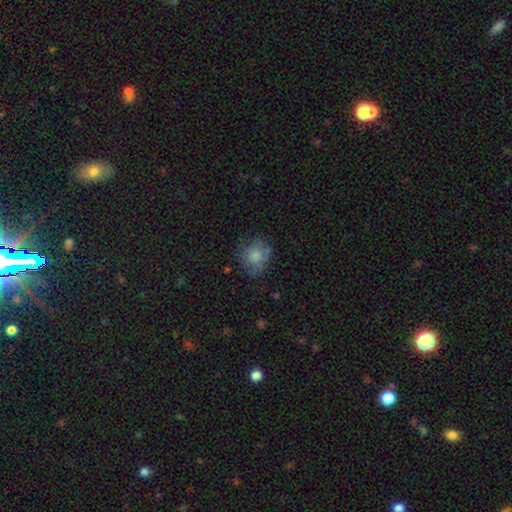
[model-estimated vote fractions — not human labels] smooth_or_featured: smooth (p=0.71) [alt: featured or disk p=0.20]
how_rounded: round (p=0.74) [alt: in between p=0.25]
merging: none (p=0.63) [alt: minor disturbance p=0.24]